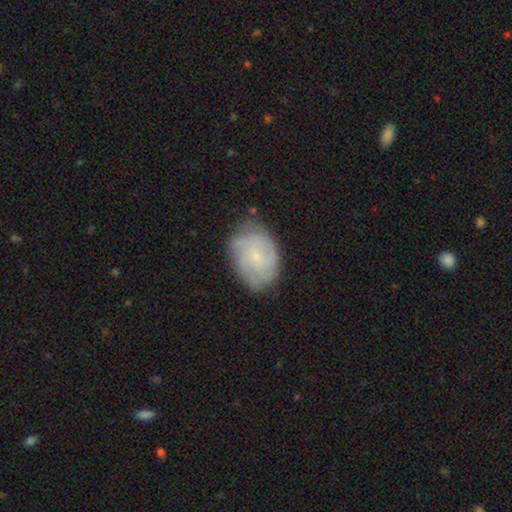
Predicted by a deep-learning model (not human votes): A featured or disk galaxy (56%) with no bar (77%), spiral arms (86%) and a small central bulge (75%).

Vote fractions:
- Smooth or featured? featured or disk: 56% / smooth: 36% / star or artifact: 9%
- Edge-on disk? no: 97% / yes: 3%
- Bar? no: 77% / weak: 20% / strong: 2%
- Spiral arms? yes: 86% / no: 14%
- Bulge size? small: 75% / moderate: 15% / none: 9% / large: 1% / dominant: 1%
- Merging? none: 72% / minor disturbance: 21% / major disturbance: 6% / merger: 1%